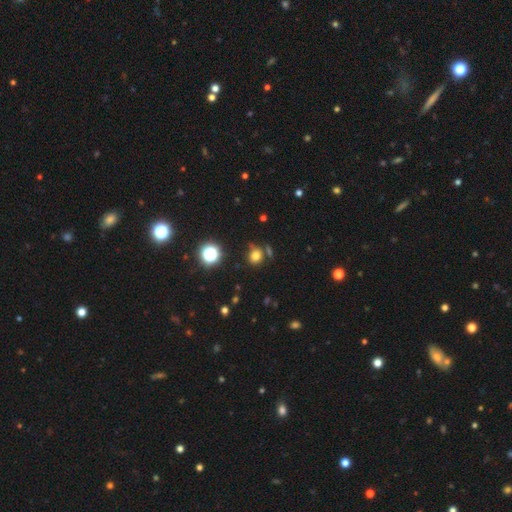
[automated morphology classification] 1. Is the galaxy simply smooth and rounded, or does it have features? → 74% smooth, 19% star or artifact, 7% featured or disk.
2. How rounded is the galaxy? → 77% round, 22% in between, 1% cigar-shaped.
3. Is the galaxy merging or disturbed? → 73% none, 14% minor disturbance, 8% merger, 5% major disturbance.